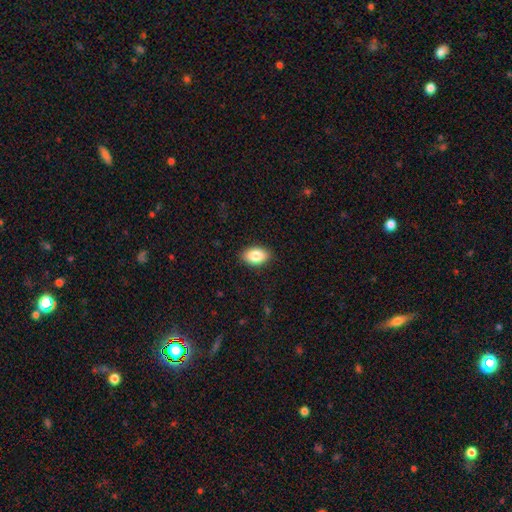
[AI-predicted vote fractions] This appears to be a smooth galaxy with no disk features (86%) that is in between round and cigar-shaped (90%). Merging: none (88%).